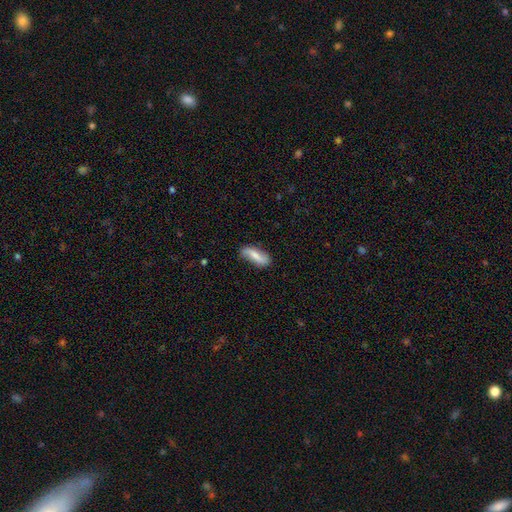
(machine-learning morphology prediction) A smooth galaxy with no disk features (59%) that is in between round and cigar-shaped (65%). Merging: none (72%).